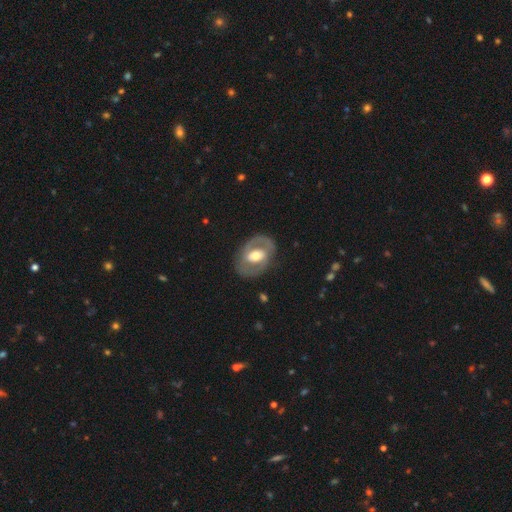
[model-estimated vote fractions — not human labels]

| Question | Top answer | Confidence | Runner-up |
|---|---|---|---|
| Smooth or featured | featured or disk | 66% | smooth (29%) |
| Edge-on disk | no | 94% | yes (6%) |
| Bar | no | 39% | weak (36%) |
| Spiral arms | no | 59% | yes (41%) |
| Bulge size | moderate | 64% | large (23%) |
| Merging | none | 77% | minor disturbance (14%) |